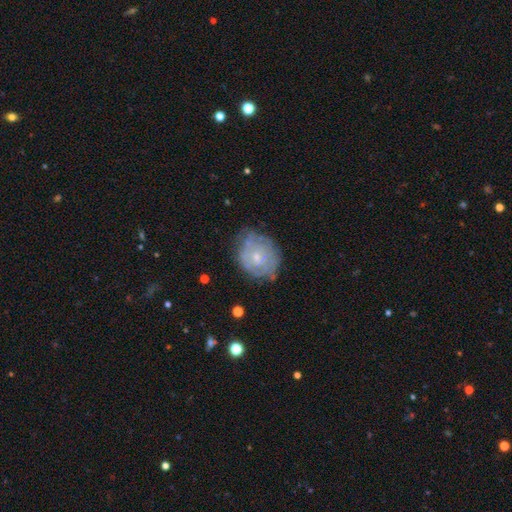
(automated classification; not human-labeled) A featured or disk galaxy (61%) with no bar (83%), spiral arms (62%) and a small central bulge (75%).

Vote fractions:
- Smooth or featured? featured or disk: 61% / smooth: 31% / star or artifact: 8%
- Edge-on disk? no: 97% / yes: 3%
- Bar? no: 83% / weak: 15% / strong: 2%
- Spiral arms? yes: 62% / no: 38%
- Bulge size? small: 75% / moderate: 20% / none: 3% / large: 1% / dominant: 1%
- Merging? none: 63% / minor disturbance: 25% / major disturbance: 9% / merger: 2%